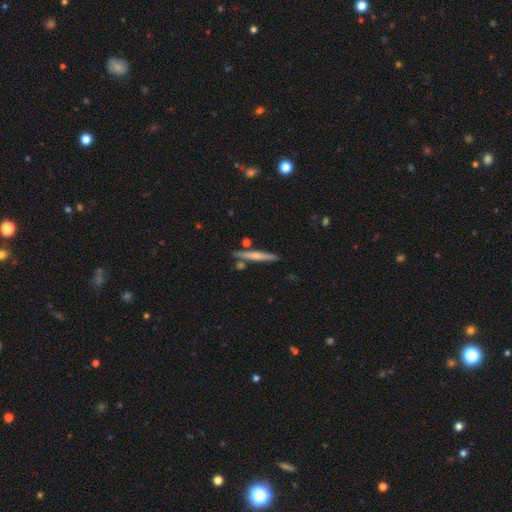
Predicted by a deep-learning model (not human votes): smooth_or_featured: smooth (p=0.49) [alt: featured or disk p=0.45]
merging: none (p=0.82) [alt: minor disturbance p=0.10]